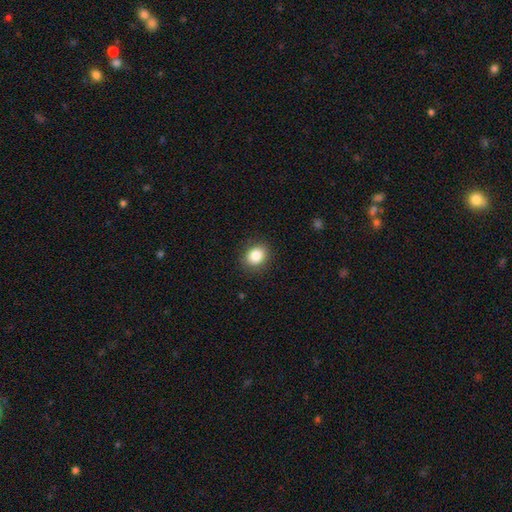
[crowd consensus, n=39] Morphology: type=smooth (92%); roundness=round (75%); merging=none (94%).